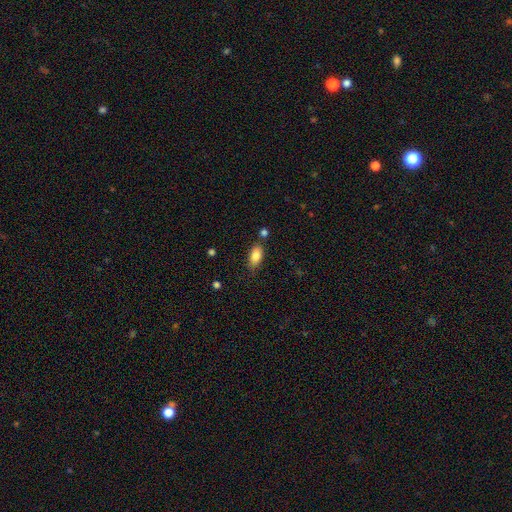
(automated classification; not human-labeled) smooth 84%, featured or disk 8%, star or artifact 7%. Down the decision tree: how rounded — in between (88%); merging — none (77%).